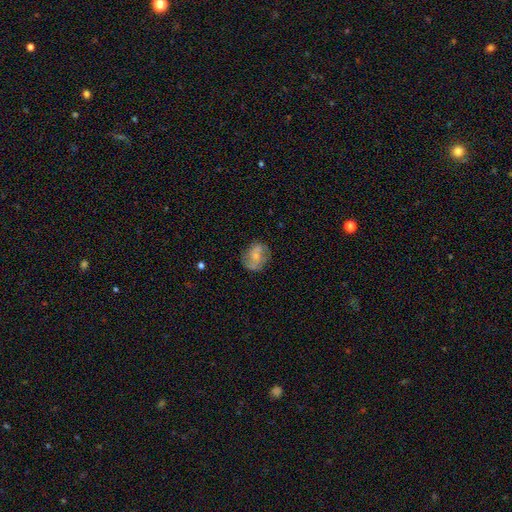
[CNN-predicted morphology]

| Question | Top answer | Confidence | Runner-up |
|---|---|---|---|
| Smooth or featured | featured or disk | 54% | smooth (39%) |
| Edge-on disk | no | 97% | yes (3%) |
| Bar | no | 56% | weak (34%) |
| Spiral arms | yes | 80% | no (20%) |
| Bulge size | small | 53% | moderate (31%) |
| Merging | none | 67% | minor disturbance (21%) |